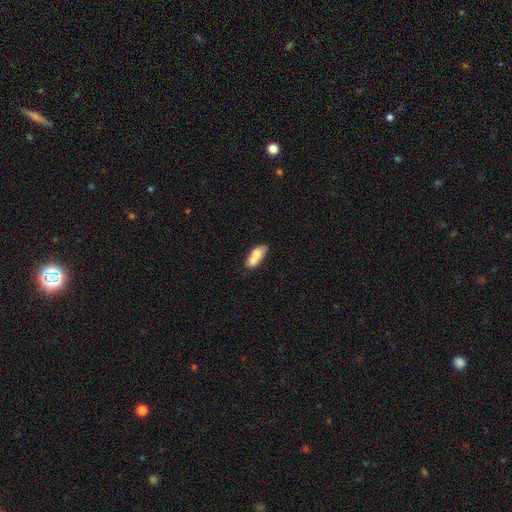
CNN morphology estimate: type=smooth (66%); roundness=in between (76%); merging=merger (47%).